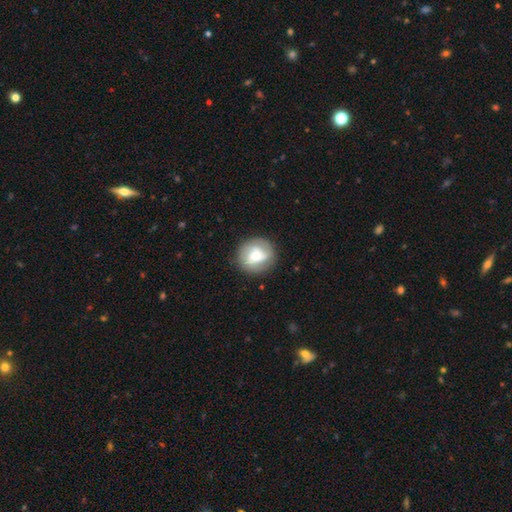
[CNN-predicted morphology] smooth-or-featured: featured or disk: 48% | smooth: 44% | star or artifact: 7%
  merging: none: 84% | minor disturbance: 11% | major disturbance: 4% | merger: 1%